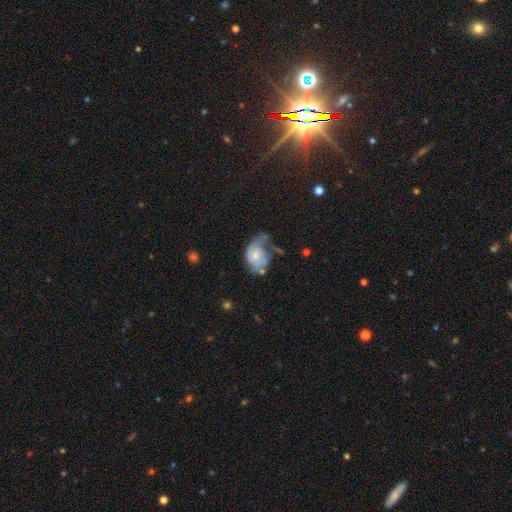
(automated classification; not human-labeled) A featured or disk galaxy (66%) with no bar (72%), 2 (44%) medium (40%) spiral arms (79%) and a small central bulge (47%).

Vote fractions:
- Smooth or featured? featured or disk: 66% / smooth: 27% / star or artifact: 7%
- Edge-on disk? no: 97% / yes: 3%
- Bar? no: 72% / weak: 24% / strong: 4%
- Spiral arms? yes: 79% / no: 21%
- Spiral winding? medium: 40% / tight: 34% / loose: 26%
- Spiral arm count? 2: 44% / 1: 25% / can't tell: 22% / 3: 5% / 4: 2% / more than 4: 2%
- Bulge size? small: 47% / moderate: 43% / none: 4% / large: 4% / dominant: 1%
- Merging? major disturbance: 34% / minor disturbance: 28% / none: 28% / merger: 9%